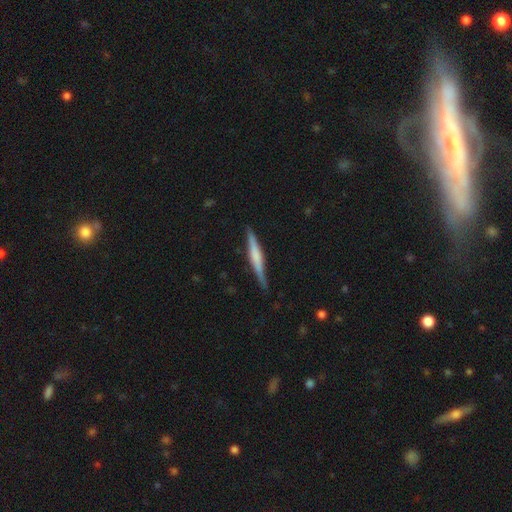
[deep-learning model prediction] Smooth or featured? featured or disk (58%)
Edge-on disk? yes (97%)
Edge-on bulge? rounded (41%)
Merging? none (86%)